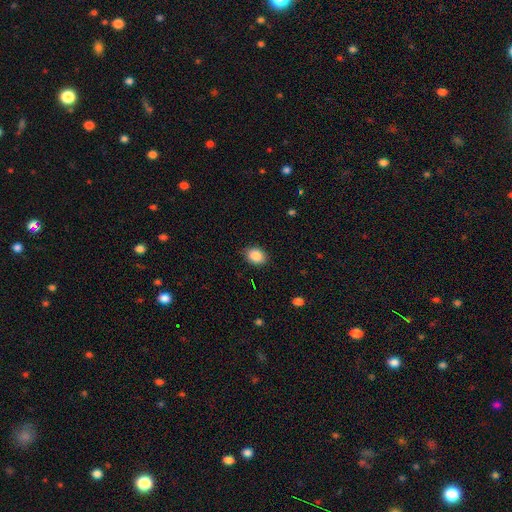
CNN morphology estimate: Smooth or featured?
  - smooth: 88% *
  - star or artifact: 8%
  - featured or disk: 4%
How rounded?
  - in between: 64% *
  - round: 35%
  - cigar-shaped: 1%
Merging?
  - none: 85% *
  - minor disturbance: 12%
  - major disturbance: 3%
  - merger: 1%